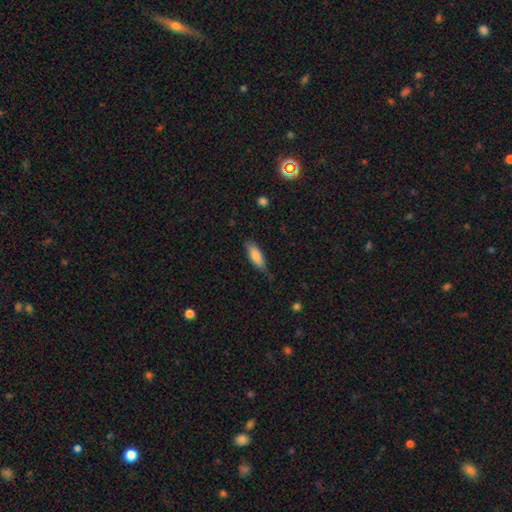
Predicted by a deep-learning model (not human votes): smooth_or_featured: smooth (p=0.83) [alt: featured or disk p=0.12]
how_rounded: in between (p=0.65) [alt: cigar-shaped p=0.33]
merging: none (p=0.74) [alt: minor disturbance p=0.21]